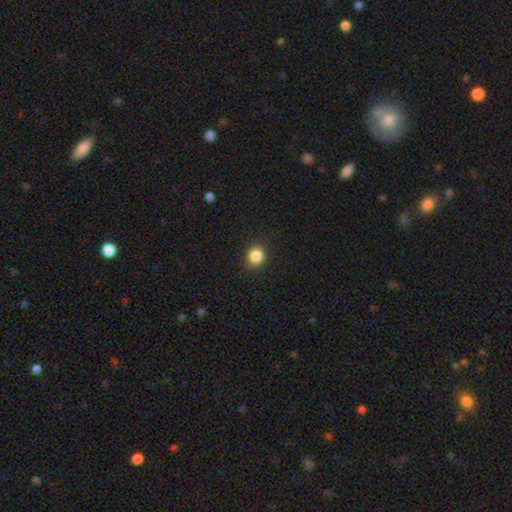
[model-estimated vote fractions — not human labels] Smooth or featured?
  - smooth: 86% *
  - star or artifact: 10%
  - featured or disk: 4%
How rounded?
  - round: 79% *
  - in between: 20%
  - cigar-shaped: 1%
Merging?
  - none: 88% *
  - minor disturbance: 9%
  - major disturbance: 2%
  - merger: 1%